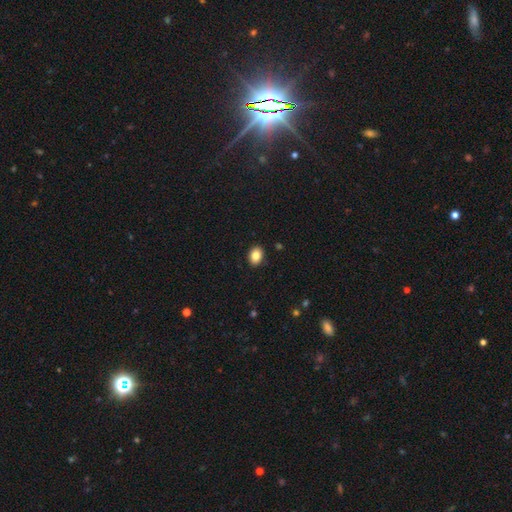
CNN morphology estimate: Smooth or featured?
  - smooth: 85% *
  - star or artifact: 9%
  - featured or disk: 7%
How rounded?
  - in between: 70% *
  - round: 29%
  - cigar-shaped: 1%
Merging?
  - none: 90% *
  - minor disturbance: 7%
  - major disturbance: 2%
  - merger: 1%